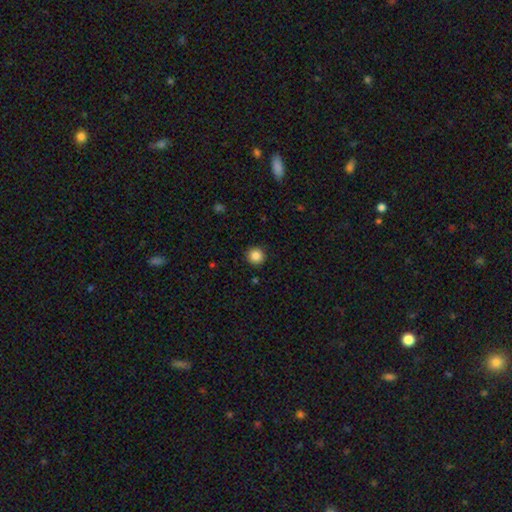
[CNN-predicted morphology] type=smooth (85%); roundness=round (95%); merging=none (92%).